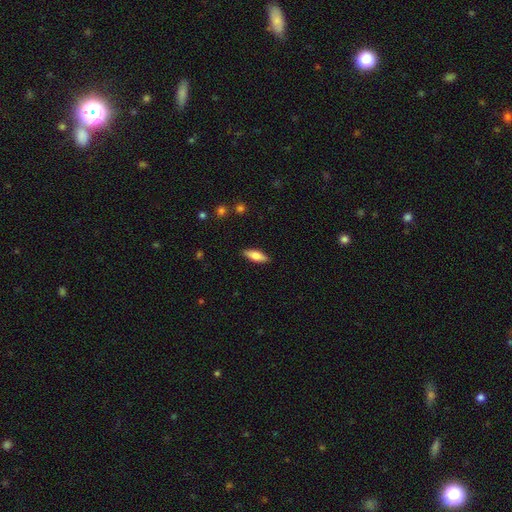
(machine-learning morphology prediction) Smooth or featured? Predicted: smooth (p=0.70). How rounded? Predicted: in between (p=0.61). Merging? Predicted: none (p=0.88).